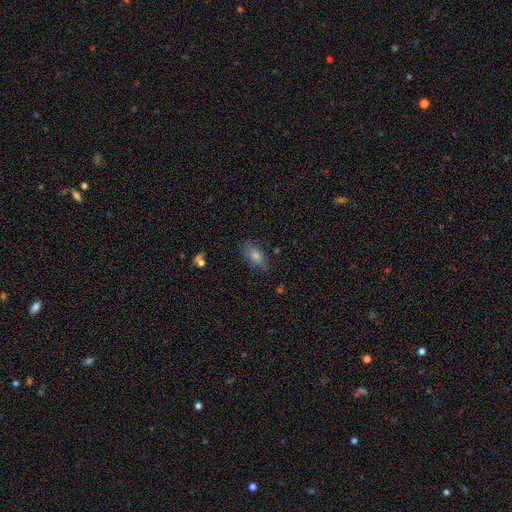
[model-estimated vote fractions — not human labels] smooth 54%, featured or disk 27%, star or artifact 19%. Down the decision tree: how rounded — in between (83%); merging — none (77%).